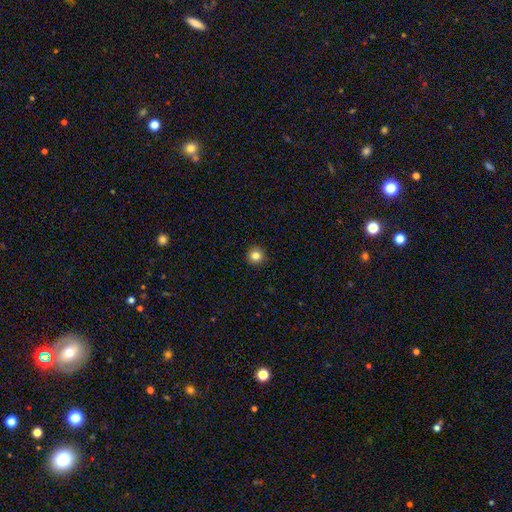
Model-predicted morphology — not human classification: A smooth galaxy with no disk features (83%) that is round (95%).

Vote fractions:
- Smooth or featured? smooth: 83% / star or artifact: 11% / featured or disk: 5%
- How rounded? round: 95% / in between: 4% / cigar-shaped: 1%
- Merging? none: 92% / minor disturbance: 5% / major disturbance: 2% / merger: 1%